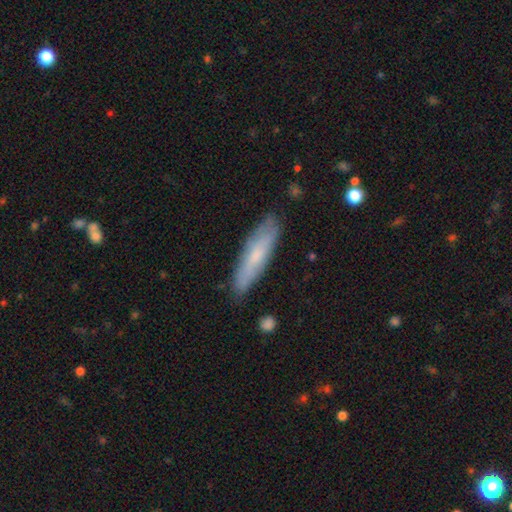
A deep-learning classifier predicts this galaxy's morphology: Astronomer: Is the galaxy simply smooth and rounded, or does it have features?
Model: smooth — 61%.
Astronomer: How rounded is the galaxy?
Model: cigar-shaped — 74%.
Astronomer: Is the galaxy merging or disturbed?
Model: none — 82%.